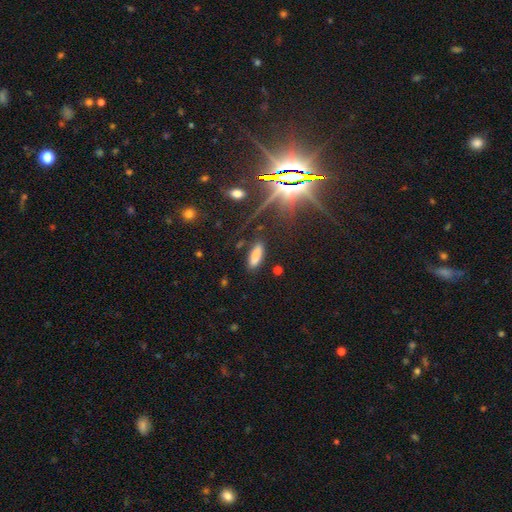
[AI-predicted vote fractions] Q: Smooth or featured?
A: smooth (81%); runner-up: star or artifact (12%)
Q: How rounded?
A: in between (58%); runner-up: cigar-shaped (39%)
Q: Merging?
A: none (83%); runner-up: minor disturbance (11%)